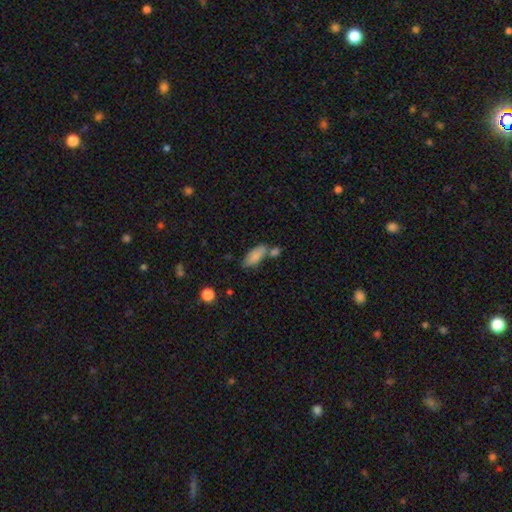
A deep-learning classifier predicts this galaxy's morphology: The model was most divided on "merging": none: 52%, merger: 24%, minor disturbance: 18%, major disturbance: 5%. More confident: how rounded — in between (82%); smooth or featured — smooth (81%).